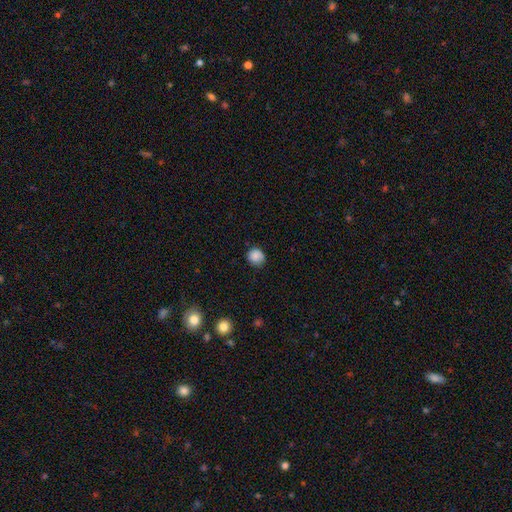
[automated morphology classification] Smooth or featured?
  - smooth: 85% *
  - star or artifact: 9%
  - featured or disk: 6%
How rounded?
  - round: 86% *
  - in between: 13%
  - cigar-shaped: 1%
Merging?
  - none: 75% *
  - minor disturbance: 20%
  - major disturbance: 4%
  - merger: 1%